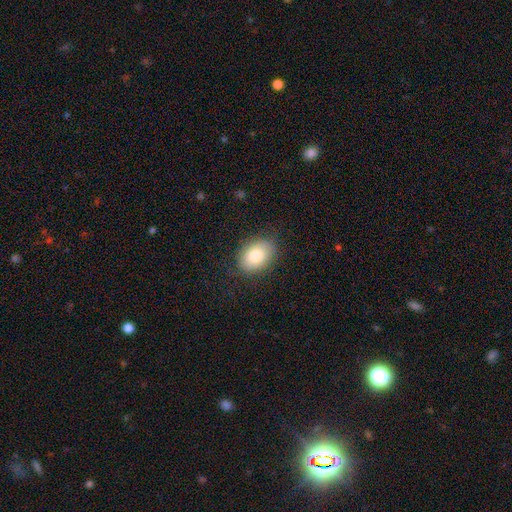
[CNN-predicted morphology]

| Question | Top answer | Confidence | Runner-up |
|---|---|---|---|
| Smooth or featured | smooth | 79% | featured or disk (14%) |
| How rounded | in between | 81% | round (18%) |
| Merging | none | 80% | minor disturbance (15%) |